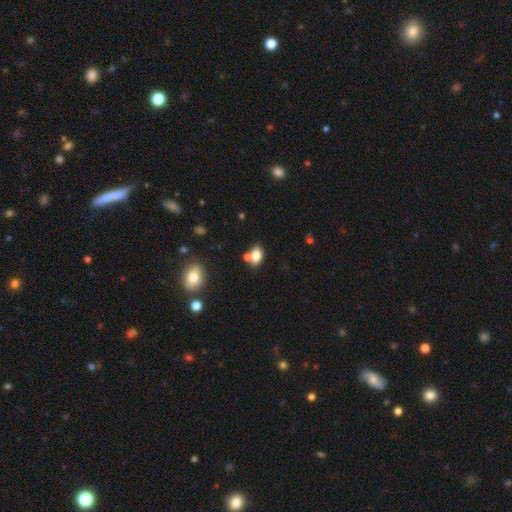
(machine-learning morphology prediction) Smooth or featured: smooth — 78% (featured or disk — 12%)
How rounded: in between — 83% (round — 15%)
Merging: none — 58% (merger — 24%)